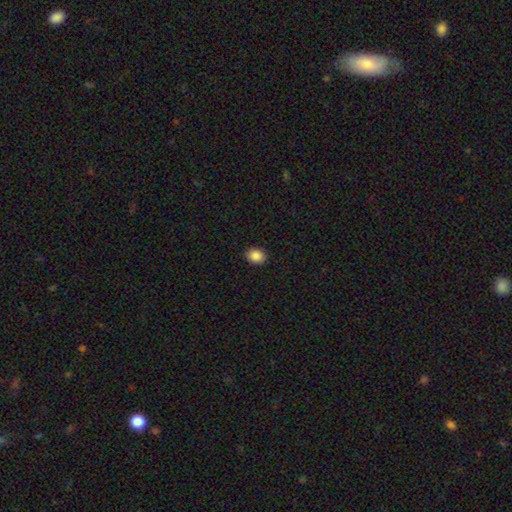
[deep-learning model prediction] This is clearly a smooth galaxy (87%). How rounded: possibly in between (54%). Merging: clearly none (90%).